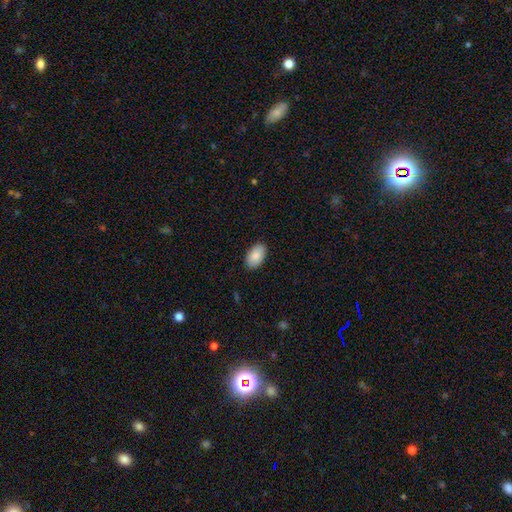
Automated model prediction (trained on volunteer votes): smooth_or_featured: smooth (p=0.89) [alt: star or artifact p=0.06]
how_rounded: in between (p=0.94) [alt: round p=0.05]
merging: none (p=0.88) [alt: minor disturbance p=0.09]